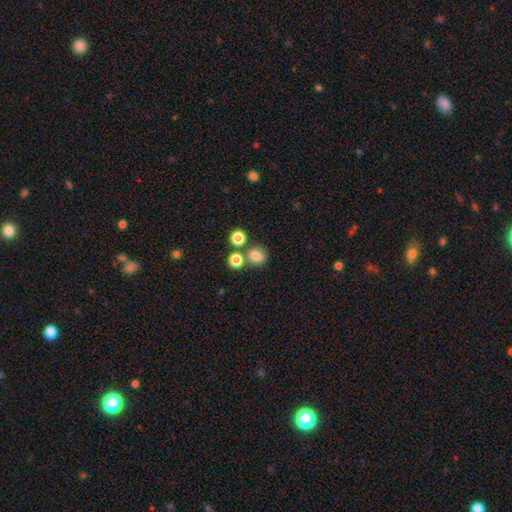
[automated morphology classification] Smooth or featured?
  - smooth: 79% *
  - star or artifact: 14%
  - featured or disk: 7%
How rounded?
  - round: 77% *
  - in between: 22%
  - cigar-shaped: 1%
Merging?
  - none: 68% *
  - merger: 18%
  - minor disturbance: 10%
  - major disturbance: 4%